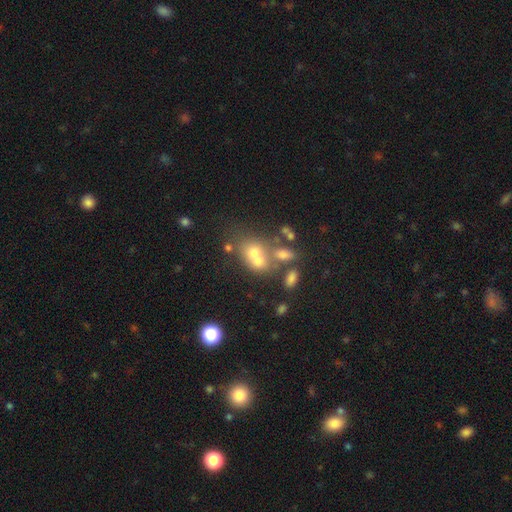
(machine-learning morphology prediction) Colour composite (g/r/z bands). It shows a smooth galaxy with no disk features (59%) that is round (50%). Merging: merger (56%).